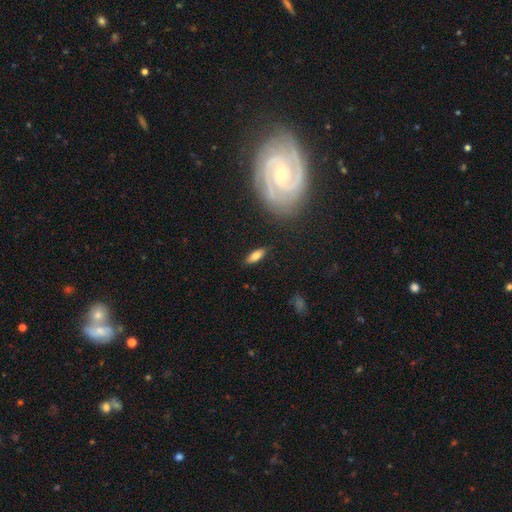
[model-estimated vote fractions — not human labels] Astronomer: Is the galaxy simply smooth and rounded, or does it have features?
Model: smooth — 74%.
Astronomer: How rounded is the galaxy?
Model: in between — 72%.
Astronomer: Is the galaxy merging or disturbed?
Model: none — 86%.